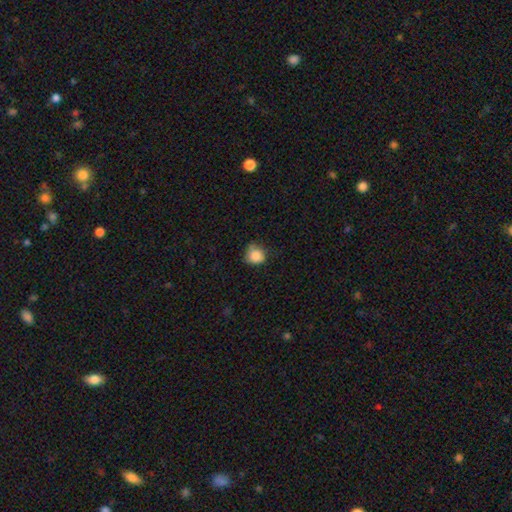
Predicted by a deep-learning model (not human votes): Morphology: type=smooth (85%); roundness=round (81%); merging=none (56%).